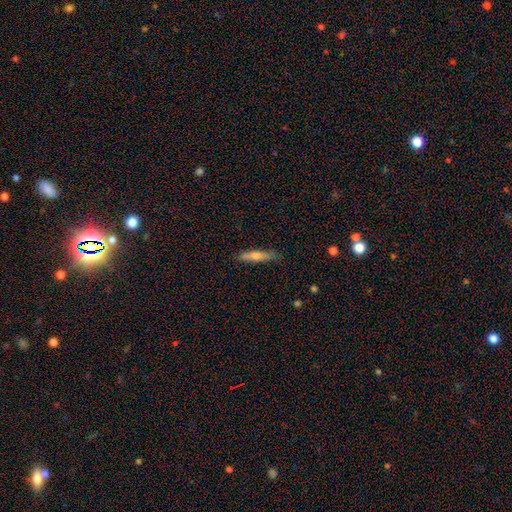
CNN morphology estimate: Smooth or featured: smooth — 54% (featured or disk — 39%)
How rounded: cigar-shaped — 89% (in between — 9%)
Merging: none — 84% (minor disturbance — 12%)